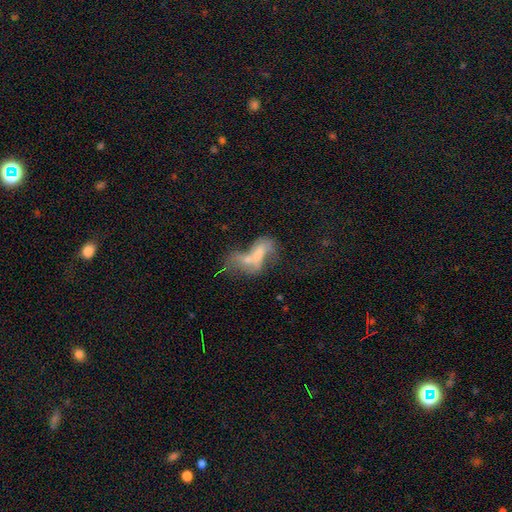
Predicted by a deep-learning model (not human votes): A featured or disk galaxy (47%).

Vote fractions:
- Smooth or featured? featured or disk: 47% / smooth: 40% / star or artifact: 13%
- Merging? merger: 52% / major disturbance: 24% / none: 15% / minor disturbance: 10%